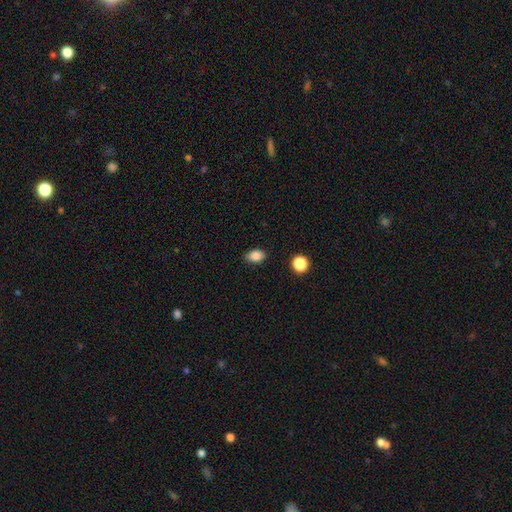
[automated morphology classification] A smooth galaxy with no disk features (86%) that is in between round and cigar-shaped (79%).

Vote fractions:
- Smooth or featured? smooth: 86% / star or artifact: 10% / featured or disk: 4%
- How rounded? in between: 79% / round: 19% / cigar-shaped: 1%
- Merging? none: 85% / minor disturbance: 11% / major disturbance: 2% / merger: 2%